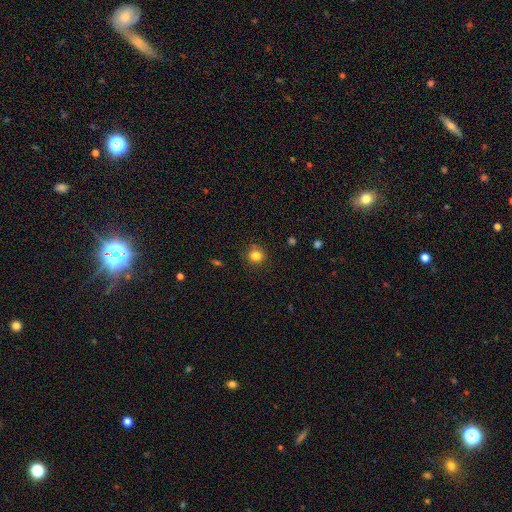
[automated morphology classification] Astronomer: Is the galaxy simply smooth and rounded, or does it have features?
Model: smooth — 82%.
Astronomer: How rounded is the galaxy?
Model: round — 88%.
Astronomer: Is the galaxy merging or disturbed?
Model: none — 86%.